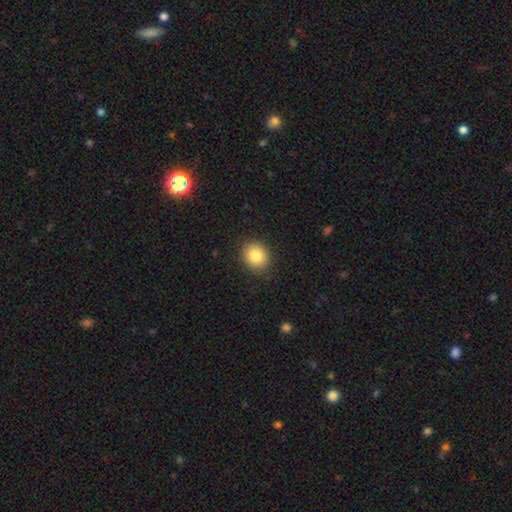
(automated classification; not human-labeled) smooth-or-featured: smooth: 83% | star or artifact: 10% | featured or disk: 7%
  how-rounded: round: 74% | in between: 25% | cigar-shaped: 1%
  merging: none: 90% | minor disturbance: 7% | major disturbance: 2% | merger: 1%